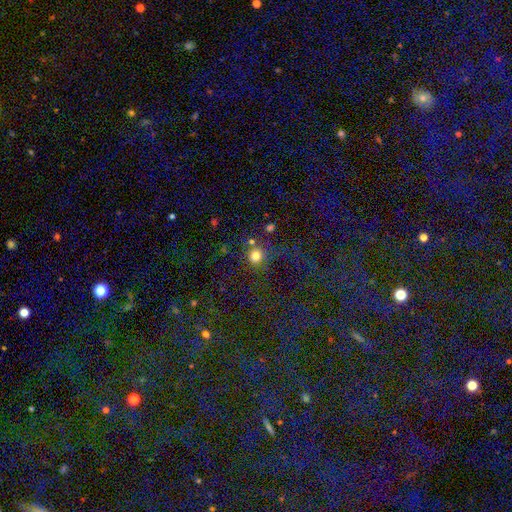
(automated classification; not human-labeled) smooth_or_featured: smooth (p=0.79) [alt: star or artifact p=0.15]
how_rounded: round (p=0.93) [alt: in between p=0.06]
merging: none (p=0.72) [alt: merger p=0.11]